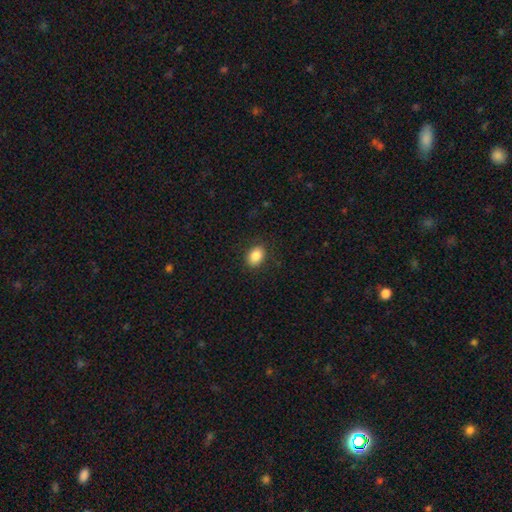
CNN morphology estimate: Smooth or featured?
  - smooth: 86% *
  - star or artifact: 9%
  - featured or disk: 5%
How rounded?
  - in between: 75% *
  - round: 24%
  - cigar-shaped: 1%
Merging?
  - none: 88% *
  - minor disturbance: 9%
  - major disturbance: 2%
  - merger: 1%